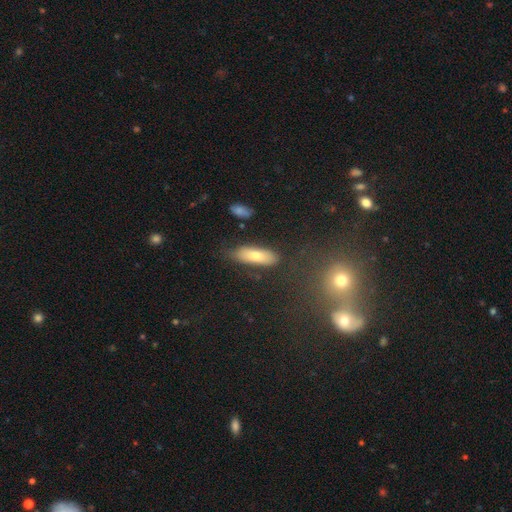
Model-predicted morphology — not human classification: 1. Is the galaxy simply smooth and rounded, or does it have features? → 67% smooth, 22% featured or disk, 11% star or artifact.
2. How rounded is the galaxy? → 62% in between, 34% cigar-shaped, 3% round.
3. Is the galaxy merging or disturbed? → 77% none, 15% minor disturbance, 5% major disturbance, 3% merger.